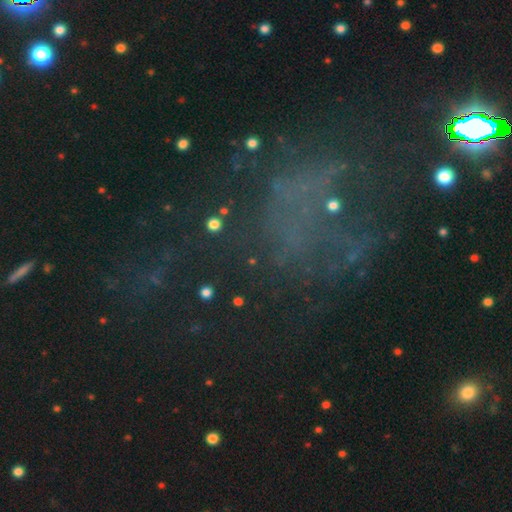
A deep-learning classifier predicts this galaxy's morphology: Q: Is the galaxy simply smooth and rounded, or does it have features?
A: star or artifact — 48%.